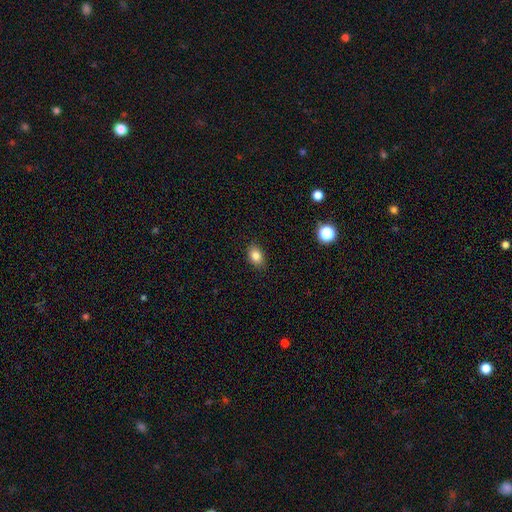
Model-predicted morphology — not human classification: Overall: smooth (83%). How rounded: in between (76%). Merging: none (87%).